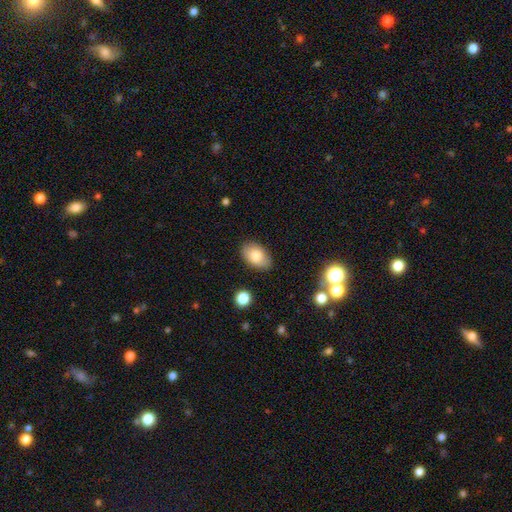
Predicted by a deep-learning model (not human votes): A smooth galaxy with no disk features (80%) that is in between round and cigar-shaped (90%). Merging: none (81%).